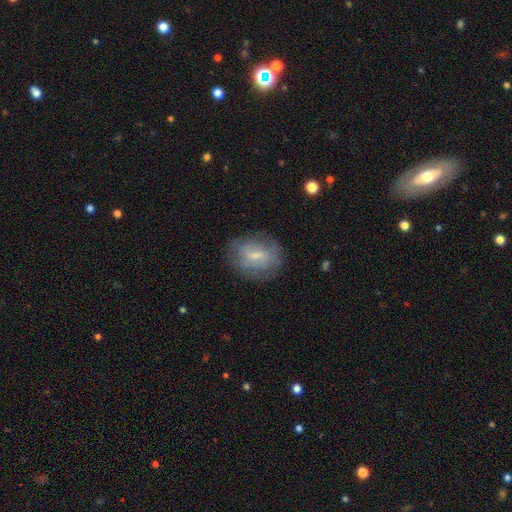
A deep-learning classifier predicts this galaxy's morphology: Overall: smooth (54%; featured or disk 38%). How rounded: in between (57%; round 41%). Merging: none (73%).